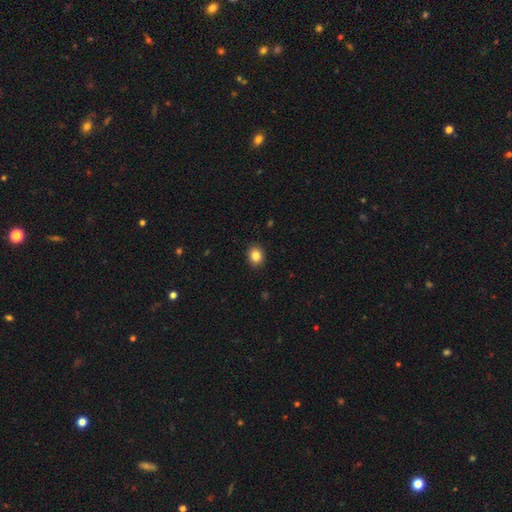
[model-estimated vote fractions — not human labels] smooth-or-featured: smooth: 84% | star or artifact: 10% | featured or disk: 6%
  how-rounded: round: 54% | in between: 46% | cigar-shaped: 1%
  merging: none: 90% | minor disturbance: 7% | major disturbance: 2% | merger: 1%